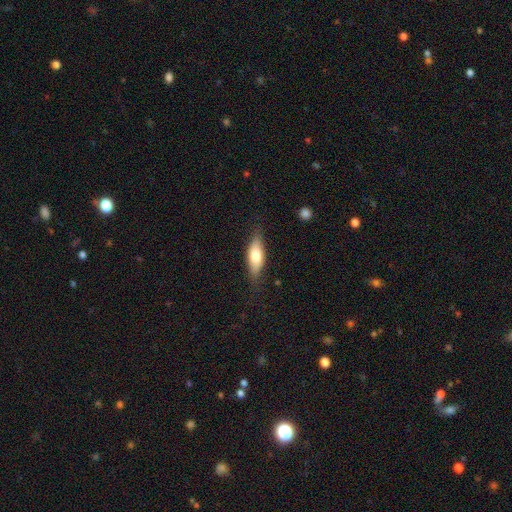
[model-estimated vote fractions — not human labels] Morphology: type=smooth (65%); roundness=in between (66%); merging=none (78%).